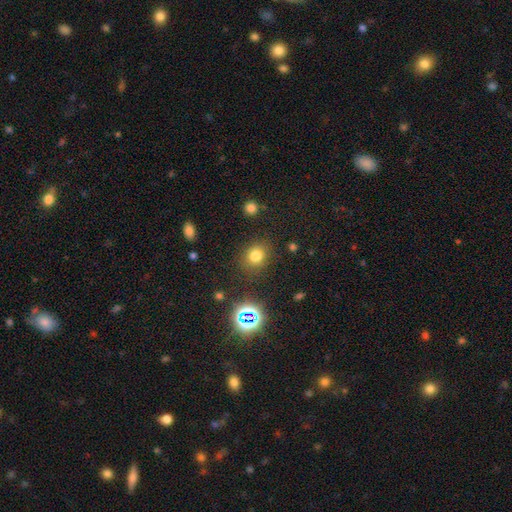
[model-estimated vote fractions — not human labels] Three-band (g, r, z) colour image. It shows a smooth galaxy with no disk features (74%) that is round (71%). Merging: none (84%).